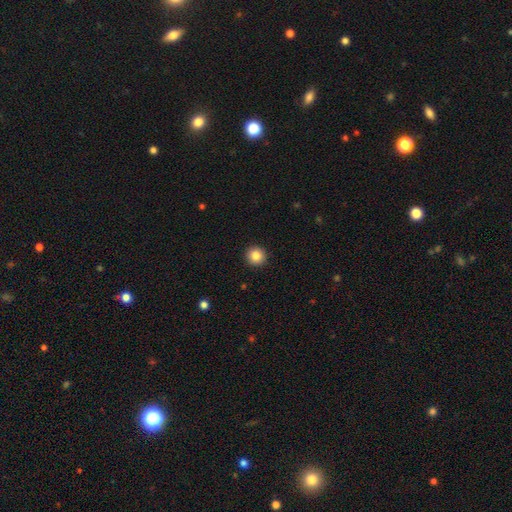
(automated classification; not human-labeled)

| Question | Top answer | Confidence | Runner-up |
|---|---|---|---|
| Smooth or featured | smooth | 84% | star or artifact (10%) |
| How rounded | round | 95% | in between (4%) |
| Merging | none | 93% | minor disturbance (5%) |